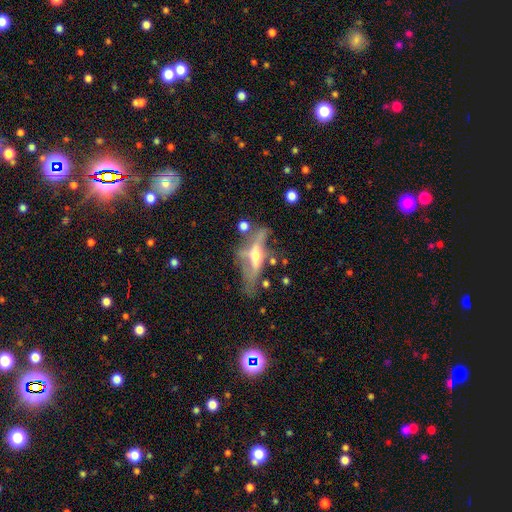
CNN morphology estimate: This is likely a featured or disk galaxy (70%). It is likely viewed edge-on (65%). Merging: marginally none (40%).